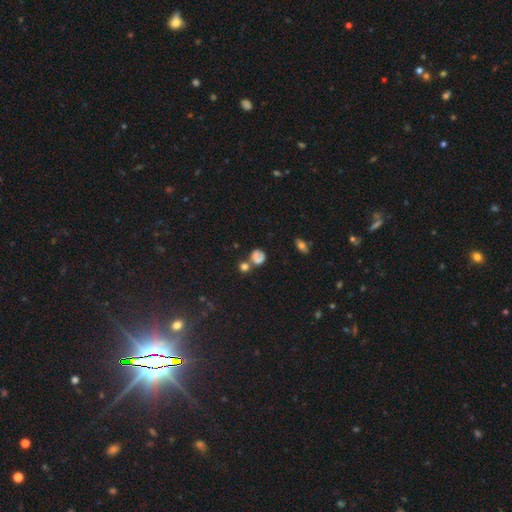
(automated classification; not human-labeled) Smooth or featured? smooth (62%)
How rounded? round (77%)
Merging? none (49%)